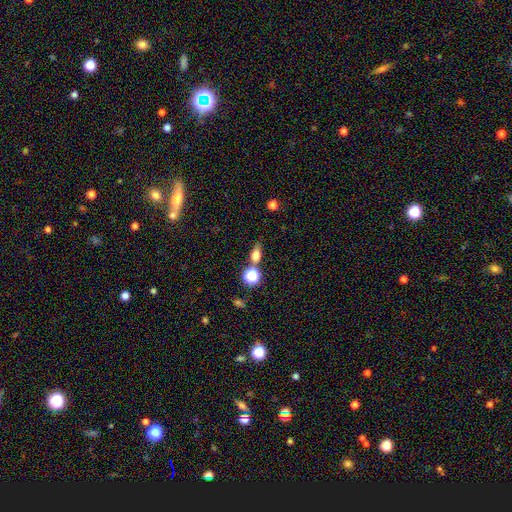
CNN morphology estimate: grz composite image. It shows a smooth galaxy with no disk features (69%) that is in between round and cigar-shaped (60%). Merging: none (63%).